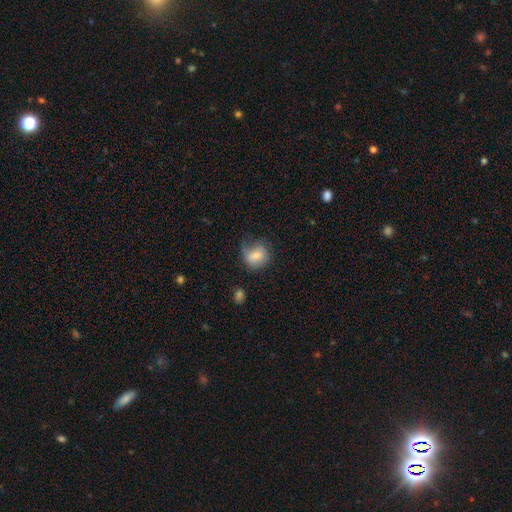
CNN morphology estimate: smooth_or_featured: smooth (p=0.77) [alt: featured or disk p=0.14]
how_rounded: round (p=0.63) [alt: in between p=0.36]
merging: none (p=0.55) [alt: minor disturbance p=0.29]